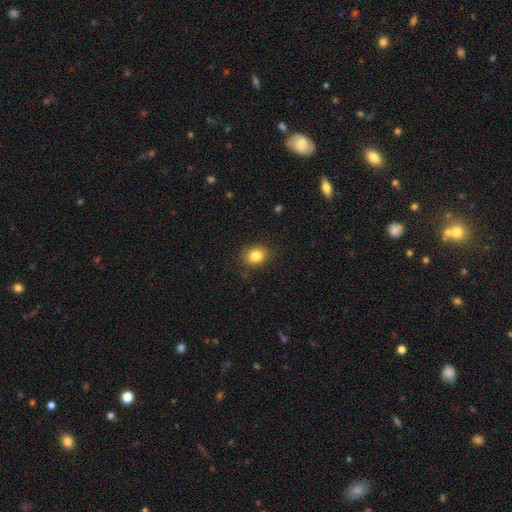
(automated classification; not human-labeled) Smooth or featured? Predicted: smooth (p=0.83). How rounded? Predicted: round (p=0.58). Merging? Predicted: none (p=0.85).